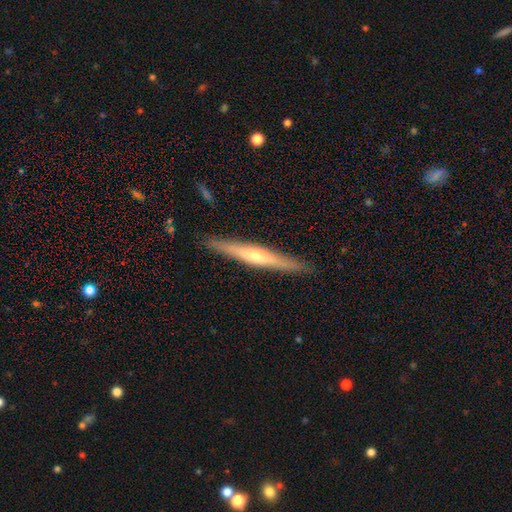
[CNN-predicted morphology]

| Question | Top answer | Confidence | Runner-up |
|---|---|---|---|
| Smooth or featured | featured or disk | 62% | smooth (32%) |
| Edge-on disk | yes | 96% | no (4%) |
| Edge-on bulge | rounded | 81% | none (15%) |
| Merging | none | 90% | minor disturbance (7%) |